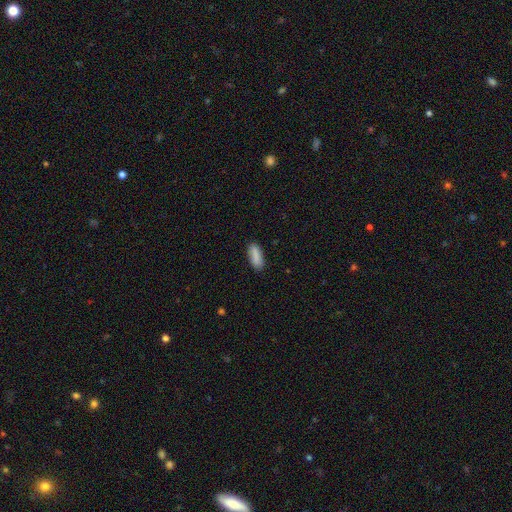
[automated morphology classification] type=smooth (86%); roundness=in between (64%); merging=none (84%).